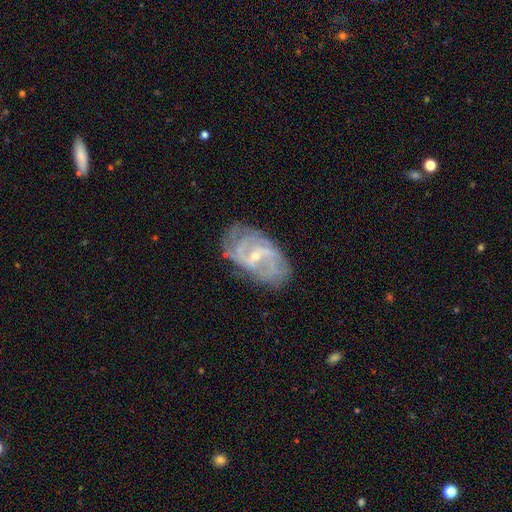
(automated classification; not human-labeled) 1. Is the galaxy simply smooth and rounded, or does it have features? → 85% featured or disk, 8% smooth, 6% star or artifact.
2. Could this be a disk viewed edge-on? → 96% no, 4% yes.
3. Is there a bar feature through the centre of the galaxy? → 50% weak, 26% no, 24% strong.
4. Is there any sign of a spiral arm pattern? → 91% yes, 9% no.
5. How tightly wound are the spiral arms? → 43% medium, 33% tight, 24% loose.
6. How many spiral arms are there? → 42% 2, 28% can't tell, 13% 3, 7% 4, 5% more than 4, 5% 1.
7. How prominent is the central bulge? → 74% small, 23% moderate, 2% none, 1% large, 1% dominant.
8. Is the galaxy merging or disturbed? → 69% none, 21% minor disturbance, 9% major disturbance, 2% merger.